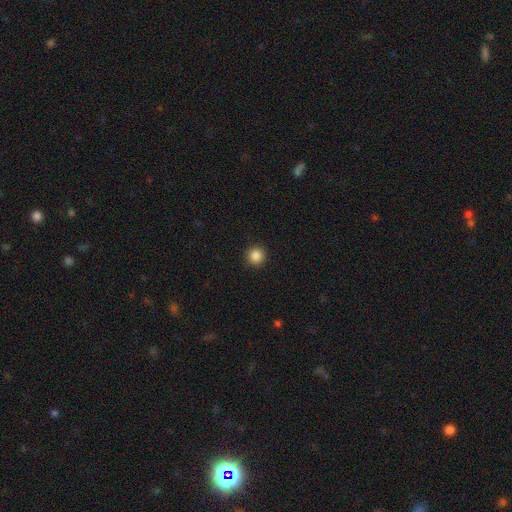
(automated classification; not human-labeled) Smooth or featured? smooth (86%)
How rounded? round (96%)
Merging? none (93%)